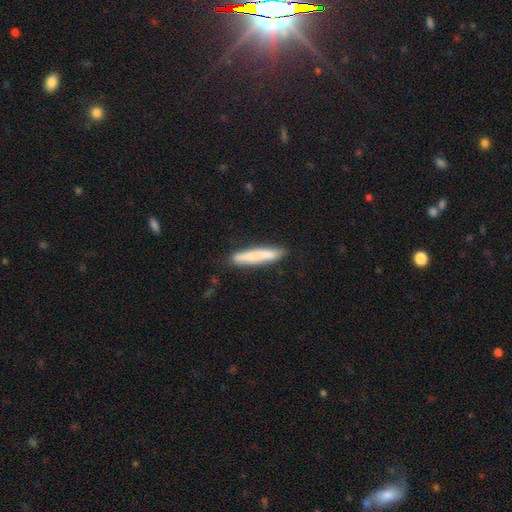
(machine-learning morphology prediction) Smooth or featured? smooth (66%)
How rounded? cigar-shaped (94%)
Merging? none (84%)